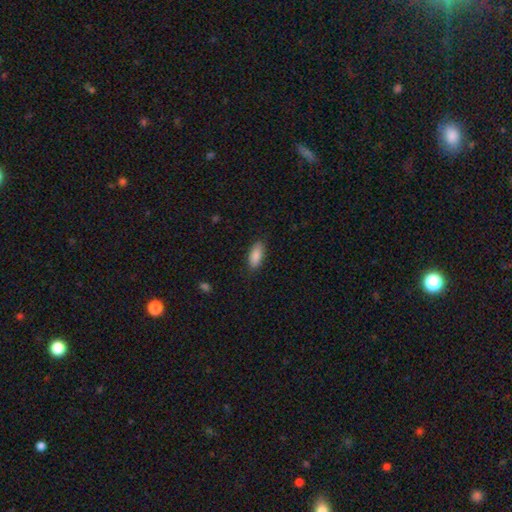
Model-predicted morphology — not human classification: Q: Smooth or featured?
A: smooth (89%); runner-up: star or artifact (6%)
Q: How rounded?
A: in between (85%); runner-up: cigar-shaped (13%)
Q: Merging?
A: none (85%); runner-up: minor disturbance (12%)